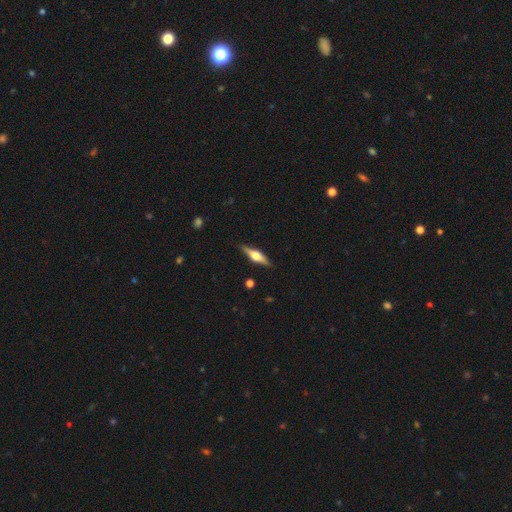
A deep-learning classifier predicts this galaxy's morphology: This is likely a featured or disk galaxy (68%). It is clearly viewed edge-on (97%). Edge-on bulge: clearly rounded (93%). Merging: clearly none (88%).